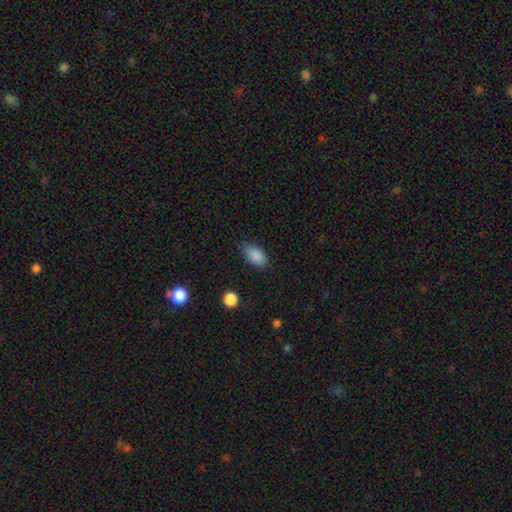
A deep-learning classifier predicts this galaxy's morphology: Smooth or featured?
  - smooth: 88% *
  - star or artifact: 8%
  - featured or disk: 4%
How rounded?
  - in between: 91% *
  - round: 6%
  - cigar-shaped: 3%
Merging?
  - none: 76% *
  - minor disturbance: 19%
  - major disturbance: 4%
  - merger: 1%